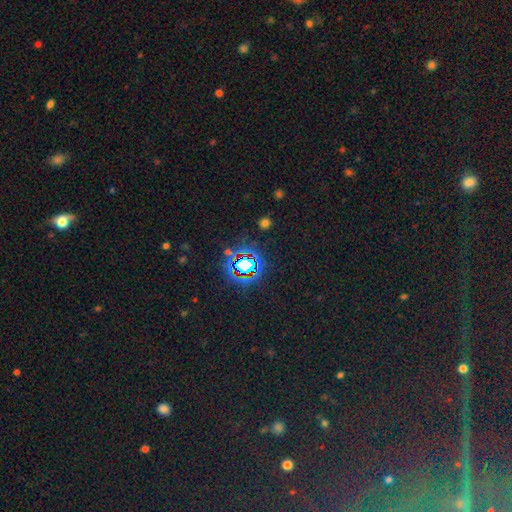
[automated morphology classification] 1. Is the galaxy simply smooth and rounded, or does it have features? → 78% star or artifact, 13% smooth, 9% featured or disk.